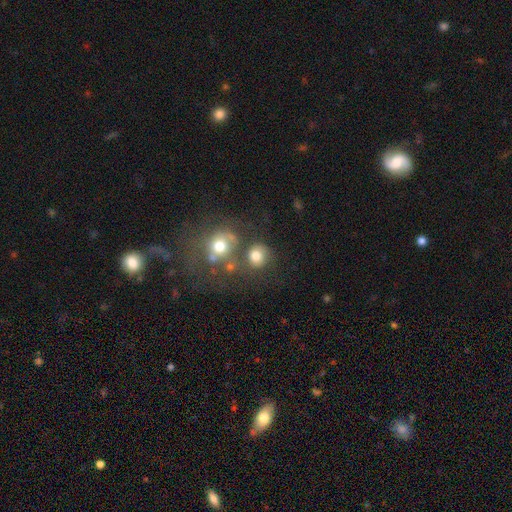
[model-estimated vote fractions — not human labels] smooth_or_featured: smooth (p=0.76) [alt: star or artifact p=0.12]
how_rounded: round (p=0.83) [alt: in between p=0.16]
merging: none (p=0.58) [alt: merger p=0.21]